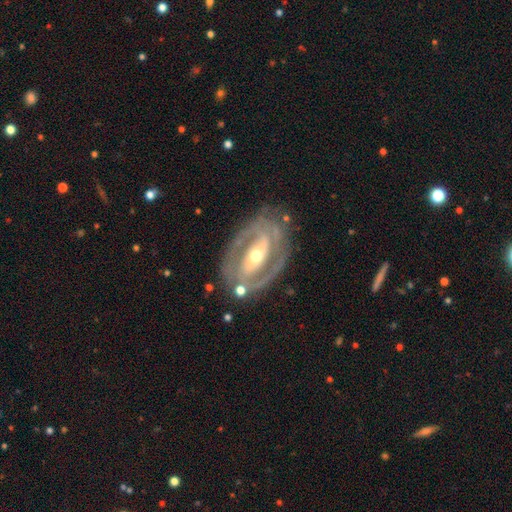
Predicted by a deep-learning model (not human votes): This appears to be a featured or disk galaxy (87%) with a strong bar (46%), 2 (77%) tight (54%) spiral arms (84%) and a moderate central bulge (60%). Merging: none (76%).